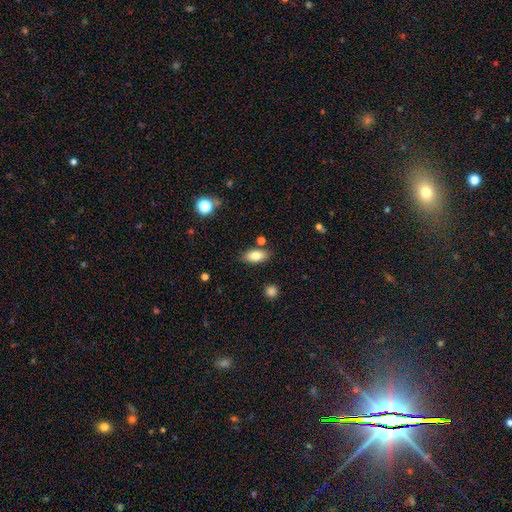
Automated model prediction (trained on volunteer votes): Smooth or featured: smooth — 82% (featured or disk — 11%)
How rounded: in between — 89% (cigar-shaped — 7%)
Merging: none — 80% (minor disturbance — 12%)